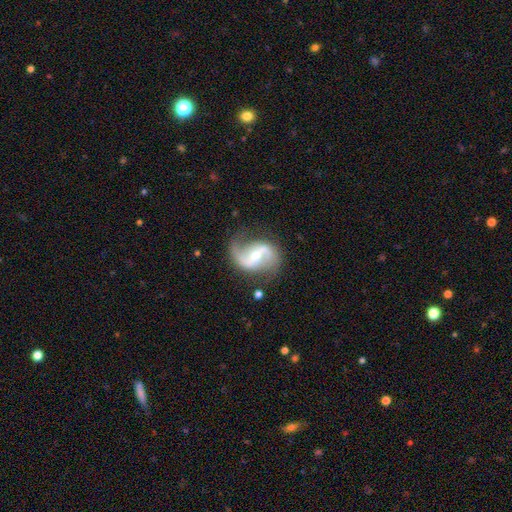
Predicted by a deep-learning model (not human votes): This appears to be a featured or disk galaxy (88%) with a weak bar (40%), 2 (91%) loose (61%) spiral arms (95%) and a moderate central bulge (57%). Merging: none (73%).